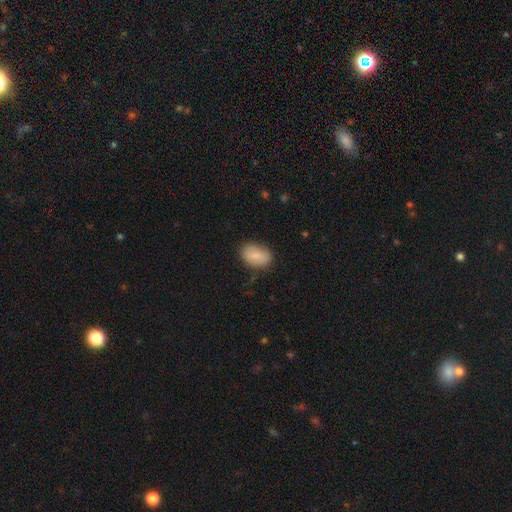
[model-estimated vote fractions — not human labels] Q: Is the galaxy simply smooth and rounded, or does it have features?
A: smooth — 79%.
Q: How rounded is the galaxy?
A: in between — 85%.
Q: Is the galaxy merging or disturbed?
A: none — 79%.